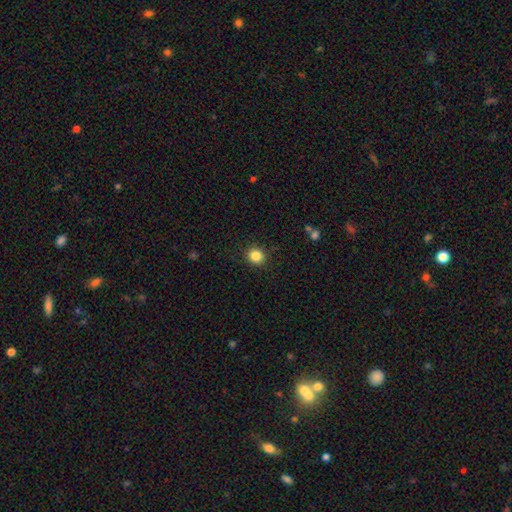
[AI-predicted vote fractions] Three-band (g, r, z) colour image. It shows a smooth galaxy with no disk features (85%) that is round (87%). Merging: none (91%).